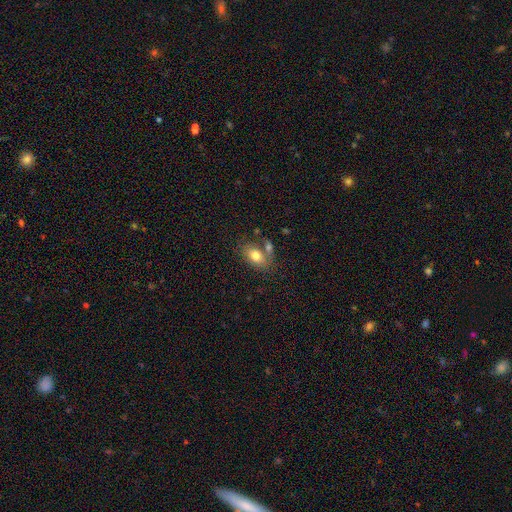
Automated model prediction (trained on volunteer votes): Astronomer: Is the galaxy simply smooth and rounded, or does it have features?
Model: smooth — 75%.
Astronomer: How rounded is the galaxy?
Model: in between — 87%.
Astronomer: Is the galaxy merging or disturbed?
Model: none — 51% (runner-up: merger, 27%).